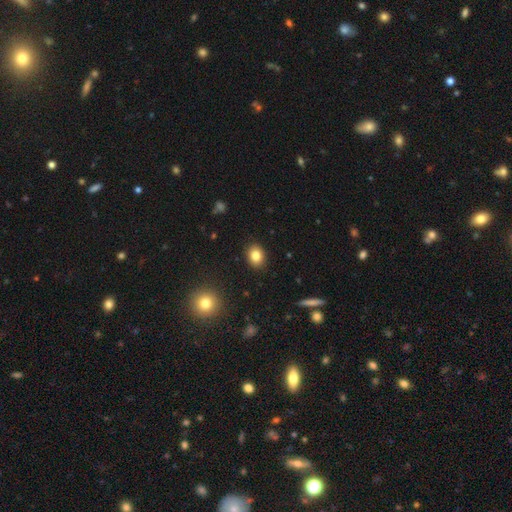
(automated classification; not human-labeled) smooth-or-featured: smooth: 83% | star or artifact: 10% | featured or disk: 7%
  how-rounded: in between: 57% | round: 42% | cigar-shaped: 1%
  merging: none: 90% | minor disturbance: 7% | major disturbance: 2% | merger: 1%